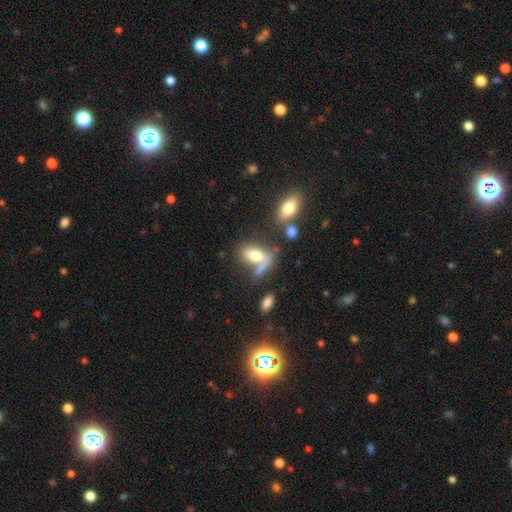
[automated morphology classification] A smooth galaxy with no disk features (68%) that is in between round and cigar-shaped (82%). Merging: none (38%).